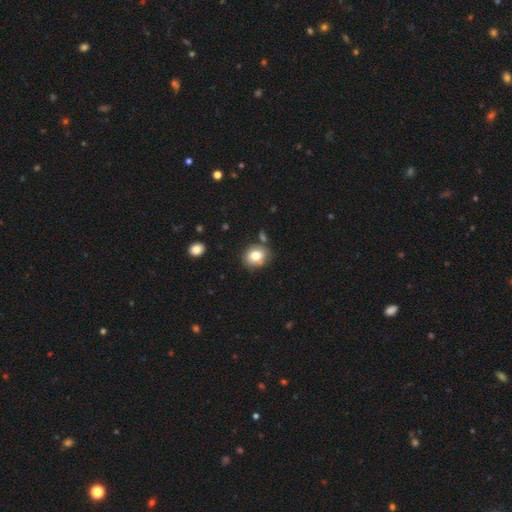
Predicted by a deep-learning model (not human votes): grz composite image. It shows a smooth galaxy with no disk features (80%) that is round (60%). Merging: none (74%).